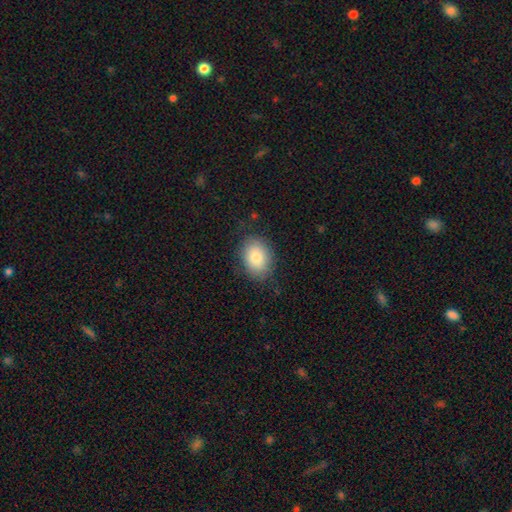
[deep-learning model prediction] Smooth or featured? smooth (85%)
How rounded? in between (69%)
Merging? none (81%)